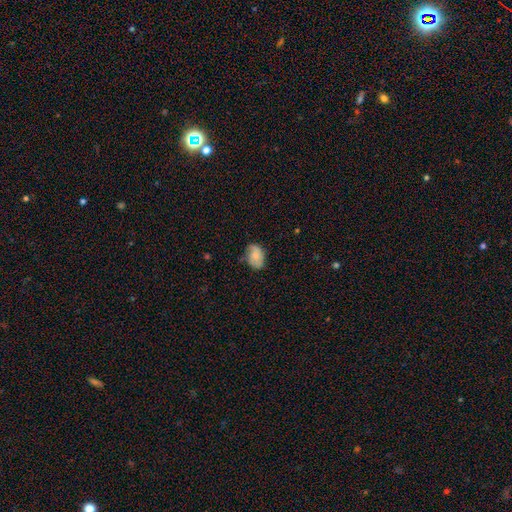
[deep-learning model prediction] Overall: smooth (67%). How rounded: in between (83%). Merging: none (60%; minor disturbance 30%).